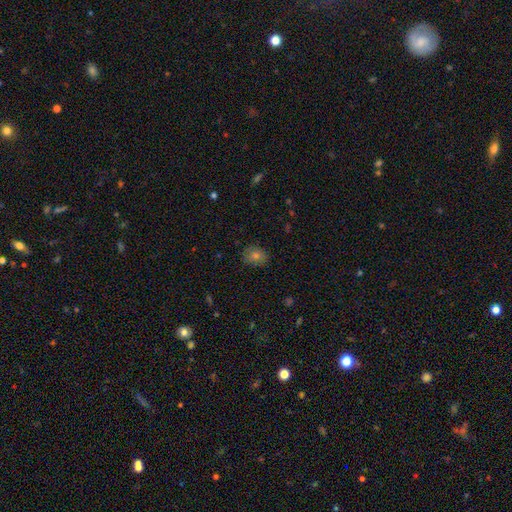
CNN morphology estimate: Overall: smooth (70%). How rounded: round (57%; in between 42%). Merging: none (82%).